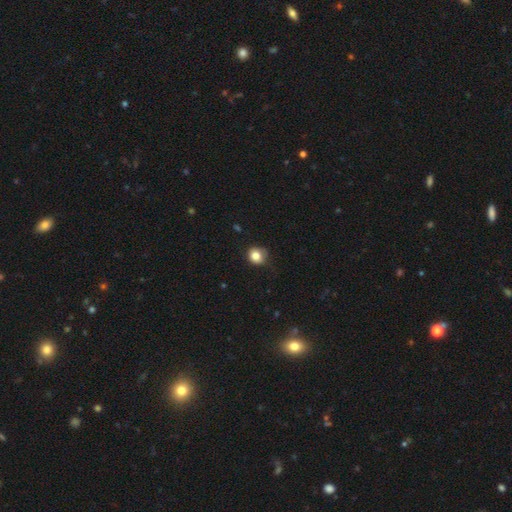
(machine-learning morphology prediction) smooth 82%, star or artifact 10%, featured or disk 8%. Down the decision tree: how rounded — round (82%); merging — none (70%).